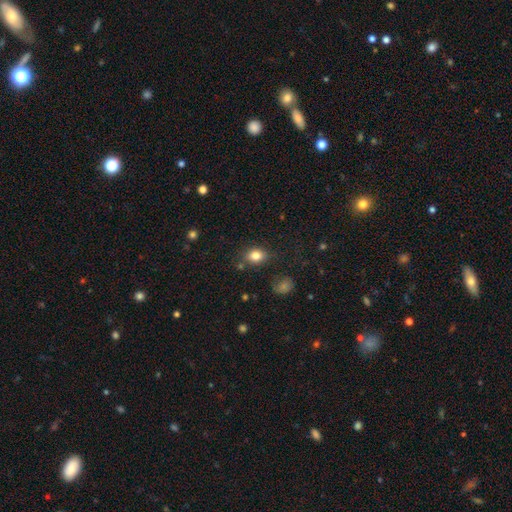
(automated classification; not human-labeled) smooth_or_featured: smooth (p=0.82) [alt: star or artifact p=0.11]
how_rounded: in between (p=0.61) [alt: round p=0.38]
merging: none (p=0.78) [alt: minor disturbance p=0.14]